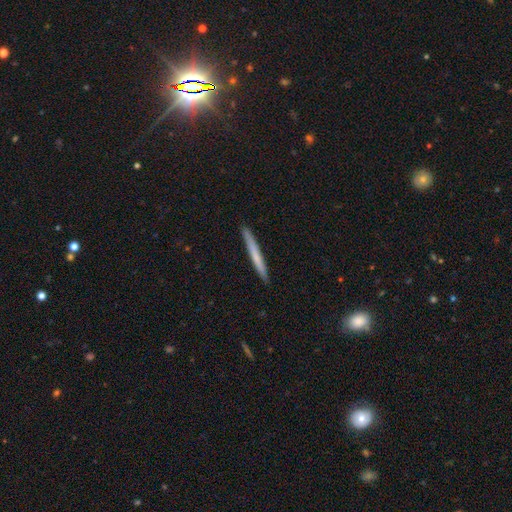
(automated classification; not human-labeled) Smooth or featured: smooth — 60% (featured or disk — 34%)
How rounded: cigar-shaped — 97% (in between — 2%)
Merging: none — 92% (minor disturbance — 6%)